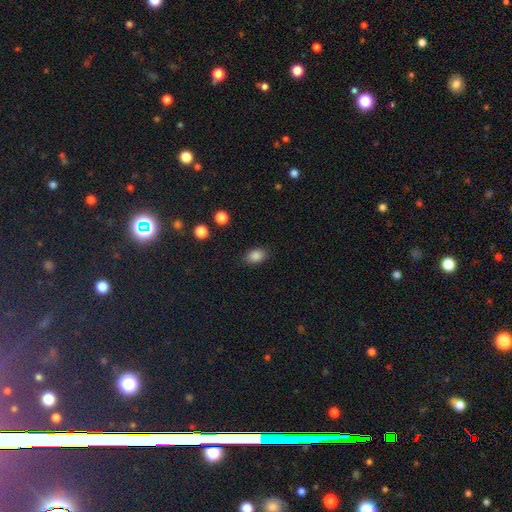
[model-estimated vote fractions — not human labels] A smooth galaxy with no disk features (86%) that is in between round and cigar-shaped (78%).

Vote fractions:
- Smooth or featured? smooth: 86% / star or artifact: 10% / featured or disk: 4%
- How rounded? in between: 78% / round: 21% / cigar-shaped: 1%
- Merging? none: 85% / minor disturbance: 11% / major disturbance: 3% / merger: 1%